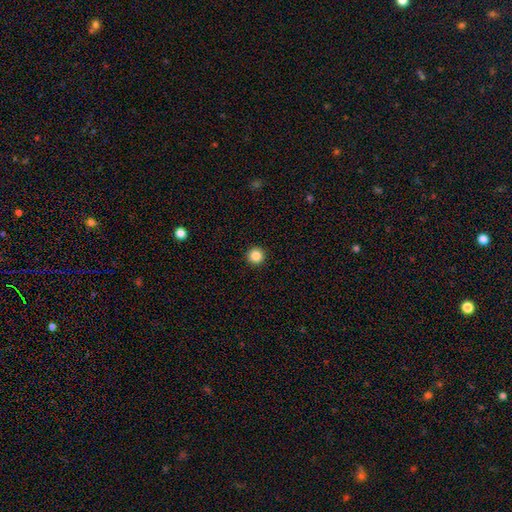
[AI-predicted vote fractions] smooth 87%, star or artifact 10%, featured or disk 3%. Down the decision tree: how rounded — round (96%); merging — none (93%).